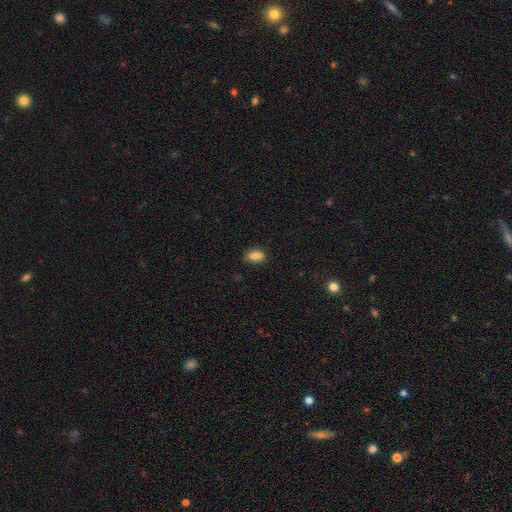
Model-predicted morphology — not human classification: A smooth galaxy with no disk features (83%) that is in between round and cigar-shaped (85%). Merging: none (70%).